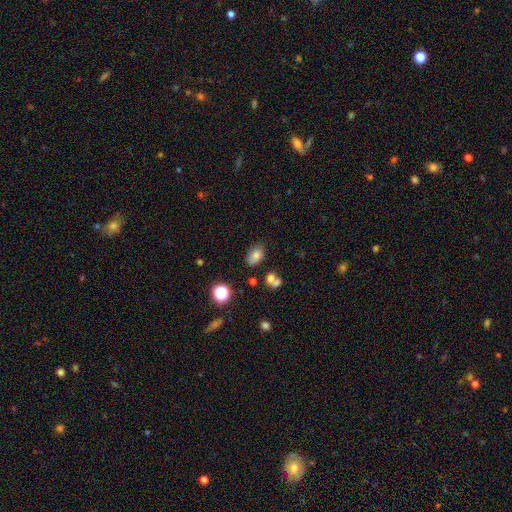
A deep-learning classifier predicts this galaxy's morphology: A smooth galaxy with no disk features (76%) that is in between round and cigar-shaped (83%). Merging: none (69%).